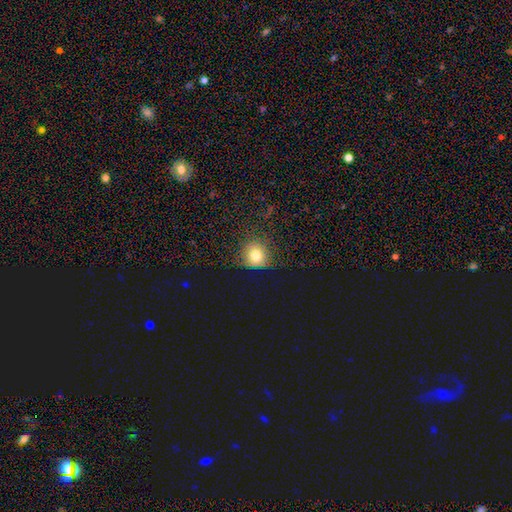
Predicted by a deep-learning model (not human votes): smooth 76%, star or artifact 16%, featured or disk 8%. Down the decision tree: how rounded — round (86%); merging — none (70%).